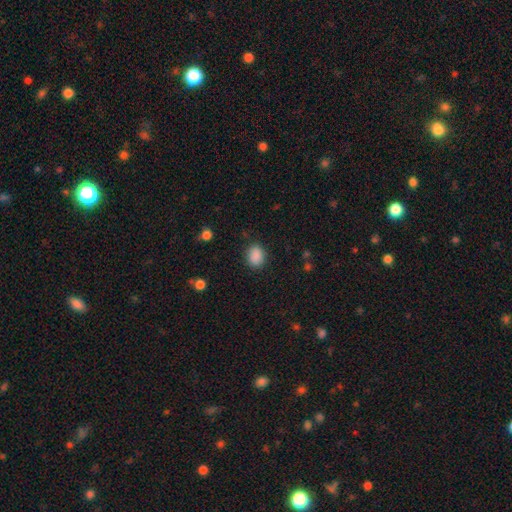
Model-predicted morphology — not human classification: Q: Smooth or featured?
A: smooth (88%); runner-up: star or artifact (9%)
Q: How rounded?
A: in between (59%); runner-up: round (39%)
Q: Merging?
A: none (85%); runner-up: minor disturbance (10%)